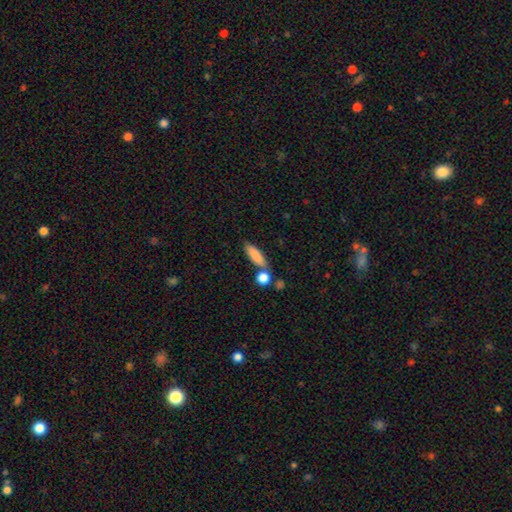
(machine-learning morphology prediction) This is clearly a smooth galaxy (84%). How rounded: possibly in between (49%). Merging: likely none (68%).